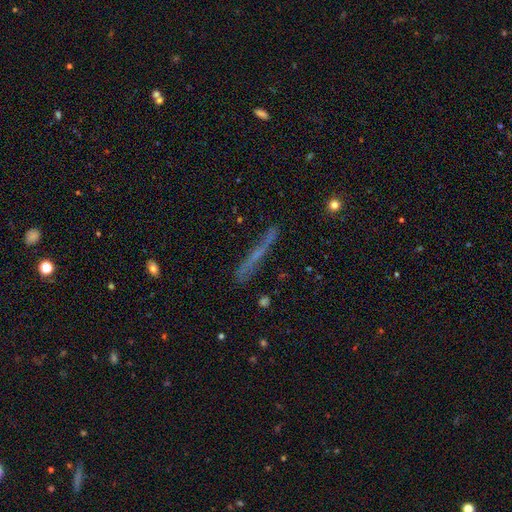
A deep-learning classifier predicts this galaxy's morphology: Smooth or featured?
  - featured or disk: 46% *
  - smooth: 41%
  - star or artifact: 13%
Merging?
  - none: 75% *
  - minor disturbance: 16%
  - major disturbance: 5%
  - merger: 3%